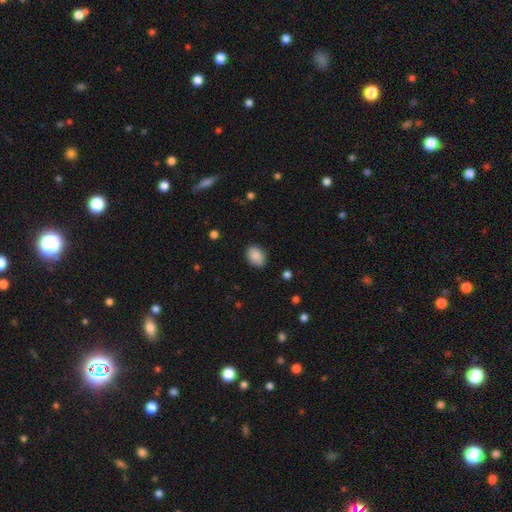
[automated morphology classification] smooth-or-featured: smooth: 89% | star or artifact: 7% | featured or disk: 4%
  how-rounded: in between: 77% | round: 22% | cigar-shaped: 1%
  merging: none: 83% | minor disturbance: 13% | major disturbance: 3% | merger: 1%